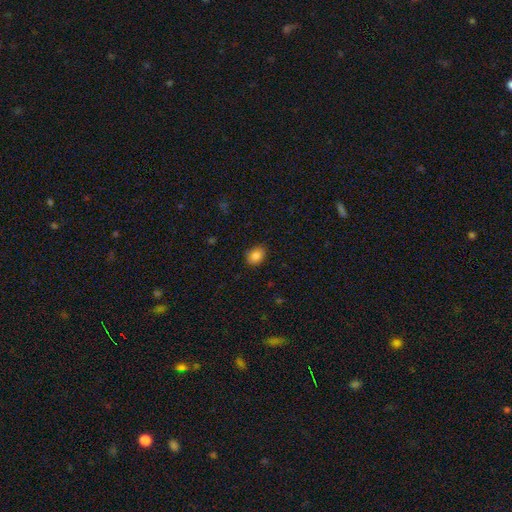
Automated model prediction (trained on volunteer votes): Smooth or featured?
  - smooth: 86% *
  - star or artifact: 9%
  - featured or disk: 6%
How rounded?
  - in between: 65% *
  - round: 34%
  - cigar-shaped: 1%
Merging?
  - none: 83% *
  - minor disturbance: 13%
  - major disturbance: 2%
  - merger: 1%